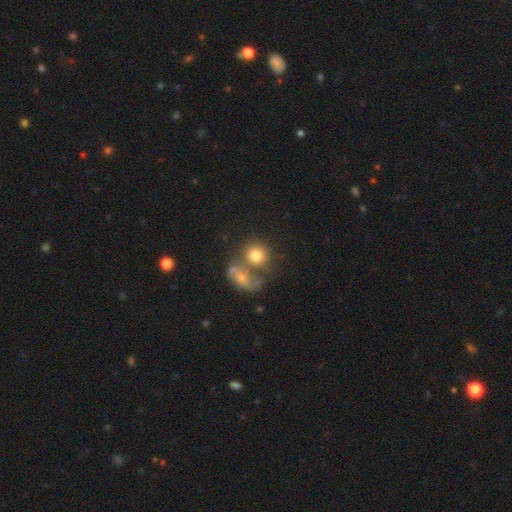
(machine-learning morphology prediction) Smooth or featured? smooth (74%)
How rounded? round (80%)
Merging? merger (42%)